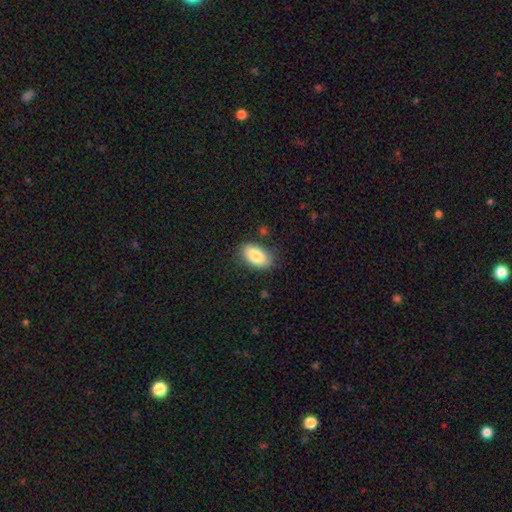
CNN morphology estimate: type=smooth (84%); roundness=in between (93%); merging=none (83%).